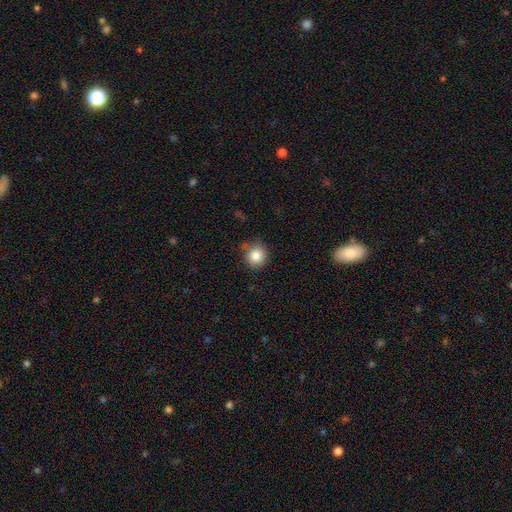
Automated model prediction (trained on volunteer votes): This is clearly a smooth galaxy (83%). How rounded: clearly round (91%). Merging: clearly none (80%).